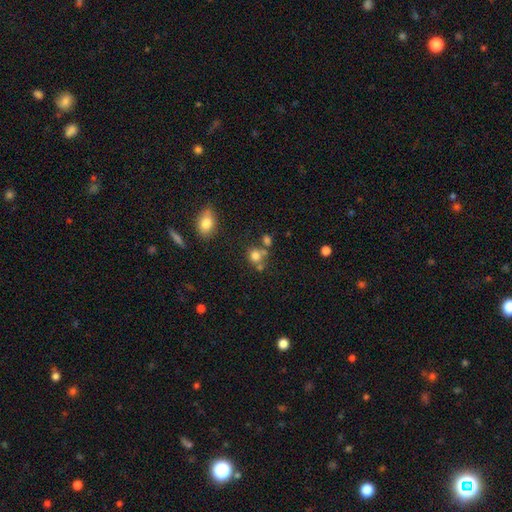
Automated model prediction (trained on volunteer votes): Overall: smooth (76%). How rounded: round (77%). Merging: none (53%; merger 30%).